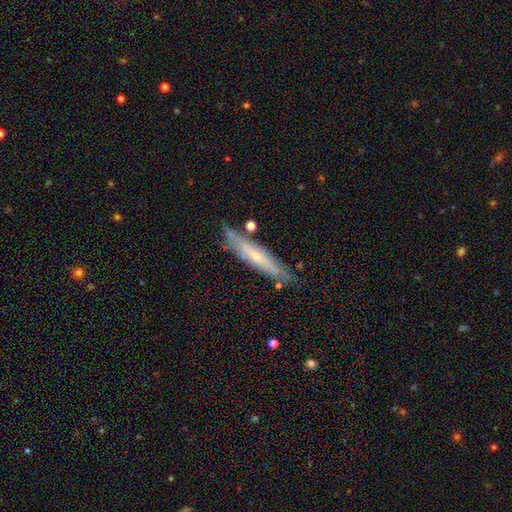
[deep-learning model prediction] Smooth or featured? Predicted: featured or disk (p=0.57). Edge-on disk? Predicted: yes (p=0.74). Merging? Predicted: none (p=0.77).